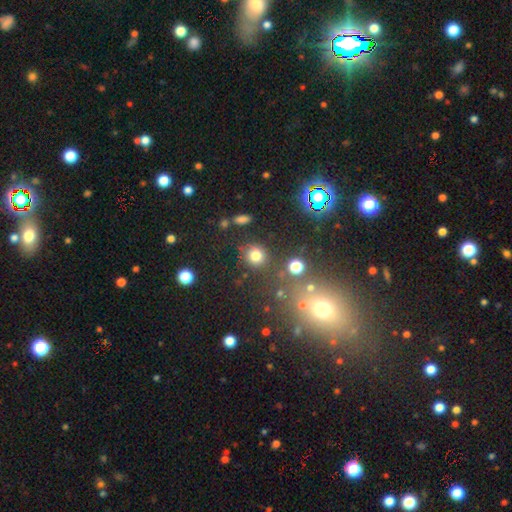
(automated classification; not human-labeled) smooth-or-featured: smooth: 76% | star or artifact: 17% | featured or disk: 7%
  how-rounded: round: 87% | in between: 12% | cigar-shaped: 1%
  merging: none: 80% | minor disturbance: 10% | merger: 6% | major disturbance: 4%